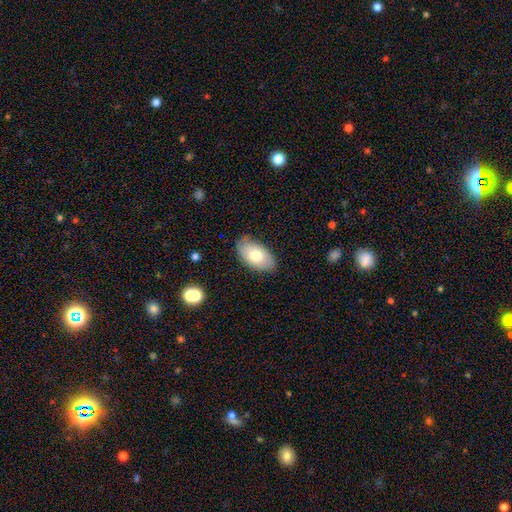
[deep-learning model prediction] Overall: smooth (70%). How rounded: in between (94%). Merging: none (79%).